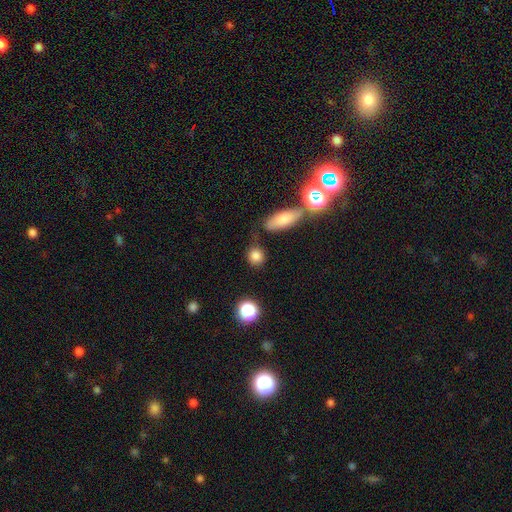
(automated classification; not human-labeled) A smooth galaxy with no disk features (82%) that is round (81%). Merging: none (74%).